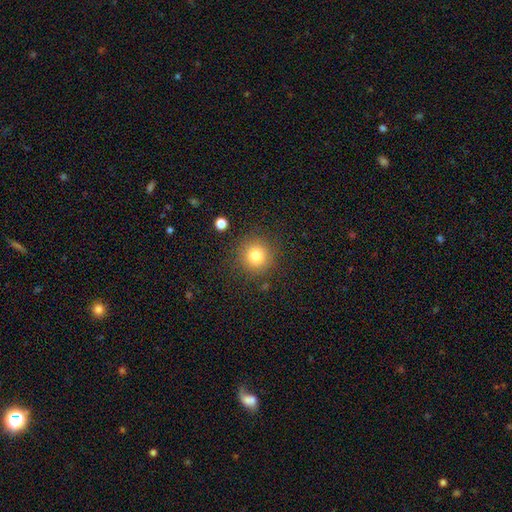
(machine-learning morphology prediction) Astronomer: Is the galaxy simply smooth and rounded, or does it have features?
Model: smooth — 80%.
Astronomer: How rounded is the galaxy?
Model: round — 94%.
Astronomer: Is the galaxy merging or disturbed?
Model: none — 87%.